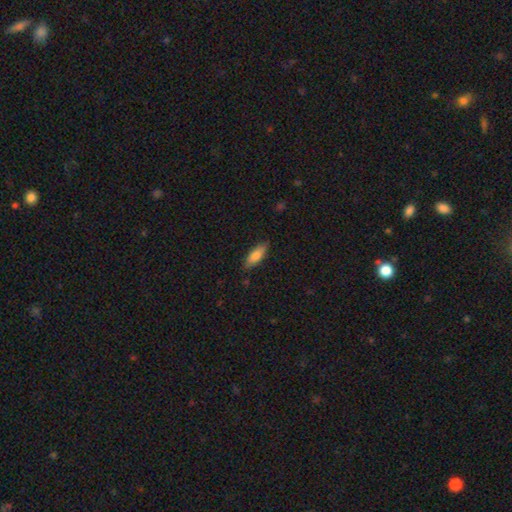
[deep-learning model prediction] Smooth or featured: smooth — 80% (featured or disk — 14%)
How rounded: in between — 69% (cigar-shaped — 29%)
Merging: none — 81% (minor disturbance — 15%)